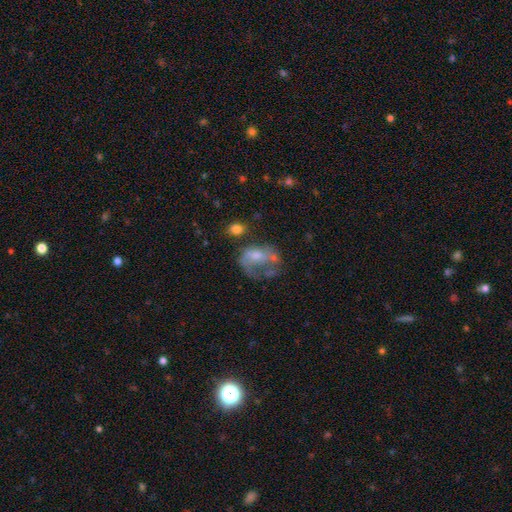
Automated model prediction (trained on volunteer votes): Smooth or featured? featured or disk (50%)
Merging? major disturbance (45%)